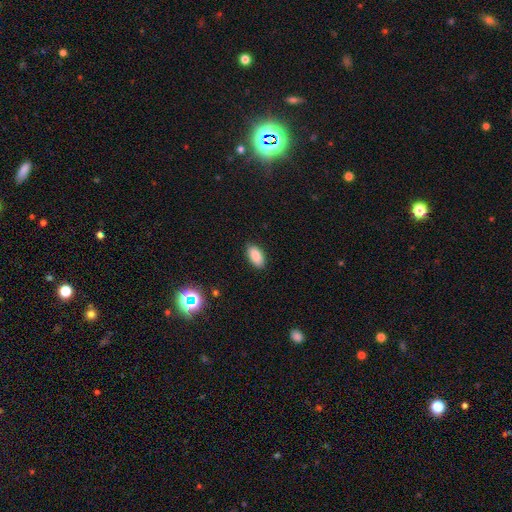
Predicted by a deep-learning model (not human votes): smooth 87%, star or artifact 8%, featured or disk 5%. Down the decision tree: how rounded — in between (93%); merging — none (88%).